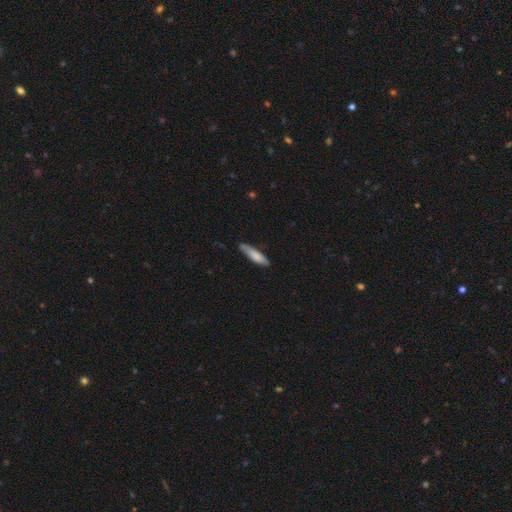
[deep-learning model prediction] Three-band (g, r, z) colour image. It shows a smooth galaxy with no disk features (77%) that is cigar-shaped (77%). Merging: none (77%).